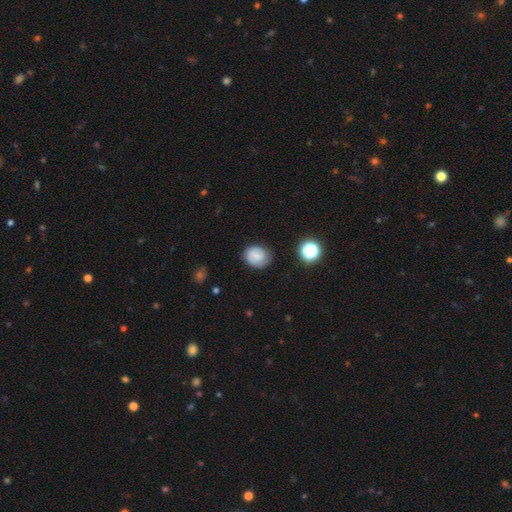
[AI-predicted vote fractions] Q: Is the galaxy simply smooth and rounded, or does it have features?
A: smooth — 60%.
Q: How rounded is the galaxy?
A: round — 63%.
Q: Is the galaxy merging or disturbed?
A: none — 78%.